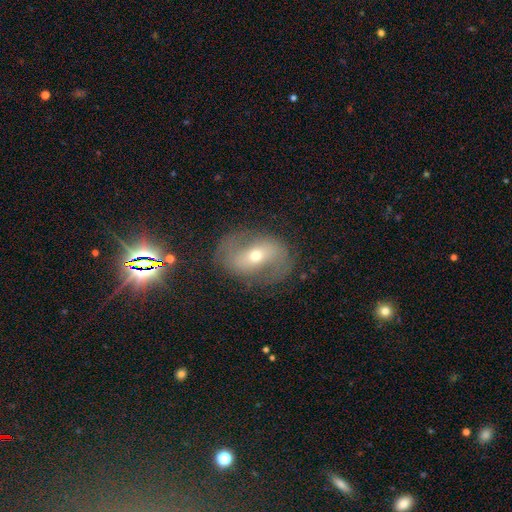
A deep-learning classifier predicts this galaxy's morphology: Smooth or featured? Predicted: featured or disk (p=0.71). Edge-on disk? Predicted: no (p=0.95). Bar? Predicted: strong (p=0.37). Spiral arms? Predicted: yes (p=0.82). Spiral winding? Predicted: medium (p=0.45). Spiral arm count? Predicted: 2 (p=0.86). Bulge size? Predicted: moderate (p=0.56). Merging? Predicted: none (p=0.76).